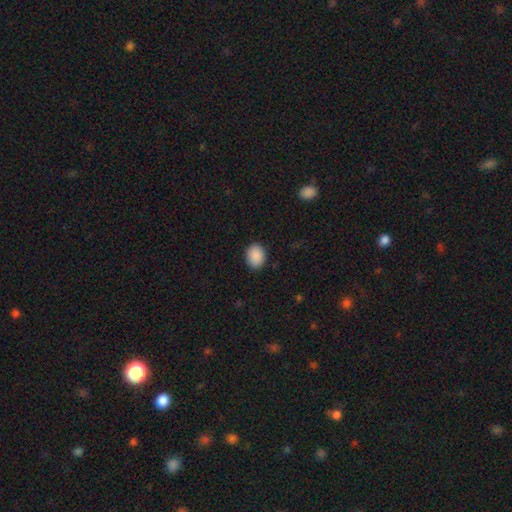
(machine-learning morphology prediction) type=smooth (90%); roundness=in between (61%); merging=none (89%).